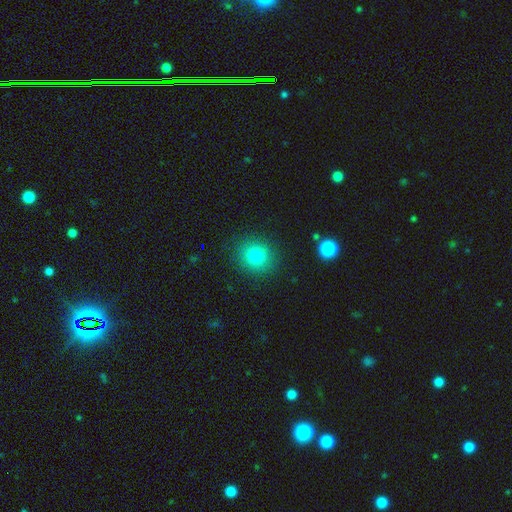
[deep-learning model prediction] This is clearly a smooth galaxy (81%). How rounded: clearly round (84%). Merging: clearly none (89%).